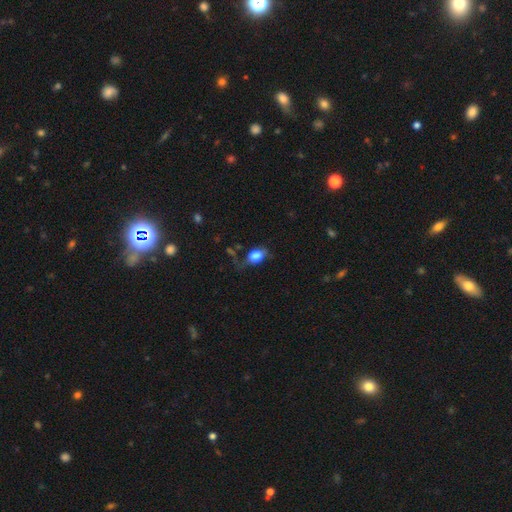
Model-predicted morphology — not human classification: smooth_or_featured: smooth (p=0.79) [alt: featured or disk p=0.12]
how_rounded: in between (p=0.79) [alt: round p=0.19]
merging: none (p=0.47) [alt: minor disturbance p=0.31]